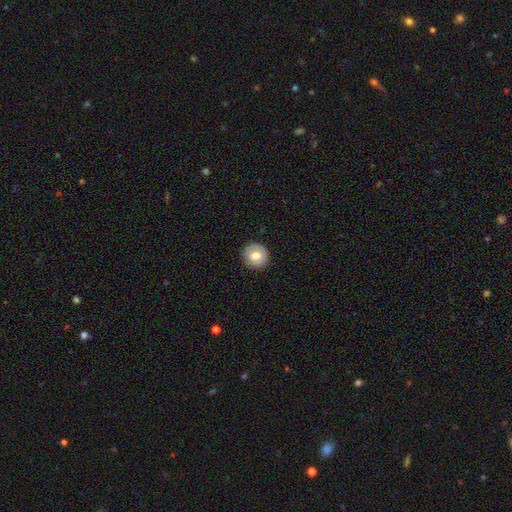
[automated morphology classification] The model was most divided on "smooth or featured": smooth: 75%, featured or disk: 17%, star or artifact: 8%. More confident: how rounded — round (89%); merging — none (89%).